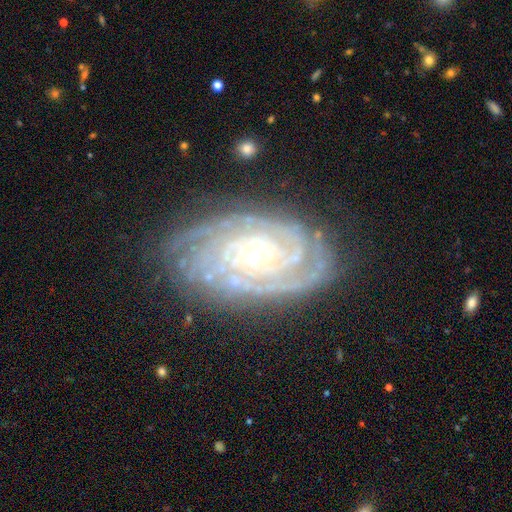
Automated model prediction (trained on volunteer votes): Smooth or featured? featured or disk (89%)
Edge-on disk? no (96%)
Bar? no (70%)
Spiral arms? yes (98%)
Spiral winding? tight (84%)
Spiral arm count? can't tell (23%)
Bulge size? small (80%)
Merging? none (76%)